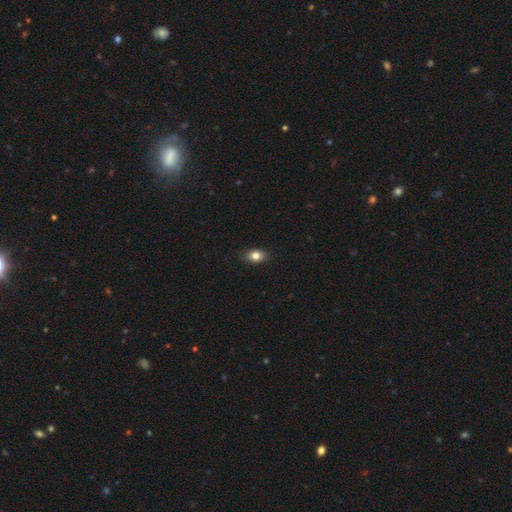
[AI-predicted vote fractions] This appears to be a smooth galaxy with no disk features (83%) that is in between round and cigar-shaped (81%). Merging: none (87%).